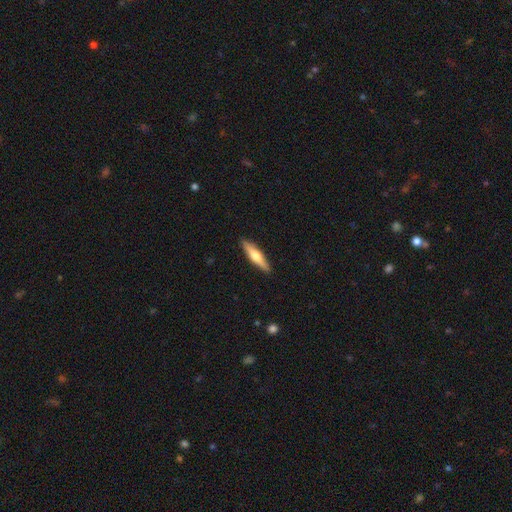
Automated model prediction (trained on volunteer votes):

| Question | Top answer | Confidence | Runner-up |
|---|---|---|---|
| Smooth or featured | smooth | 48% | featured or disk (47%) |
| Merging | none | 91% | minor disturbance (7%) |